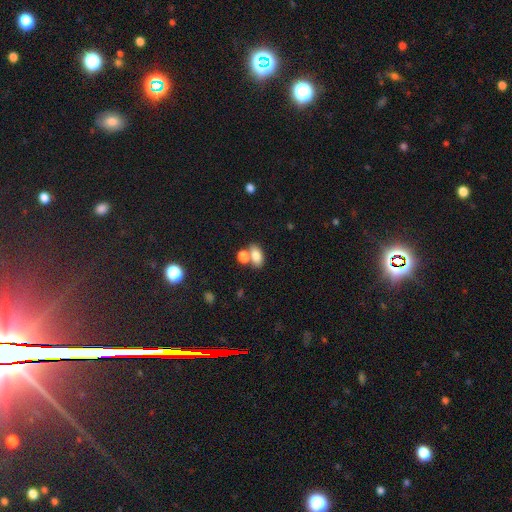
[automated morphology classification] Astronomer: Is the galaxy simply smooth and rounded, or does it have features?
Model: smooth — 80%.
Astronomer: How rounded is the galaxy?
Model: in between — 86%.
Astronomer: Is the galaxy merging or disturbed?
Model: none — 47% (runner-up: merger, 38%).